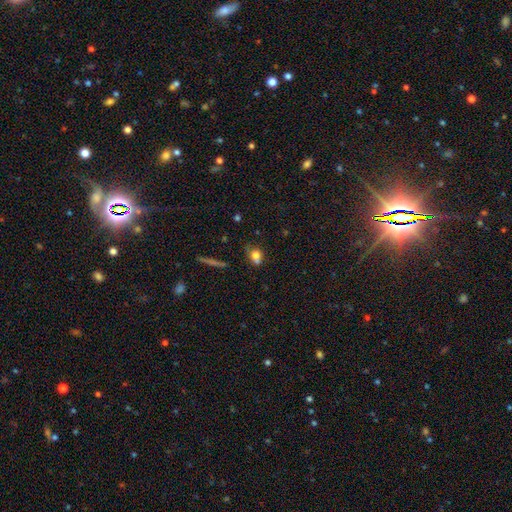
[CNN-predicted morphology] Smooth or featured? Predicted: smooth (p=0.74). How rounded? Predicted: round (p=0.51). Merging? Predicted: none (p=0.46).